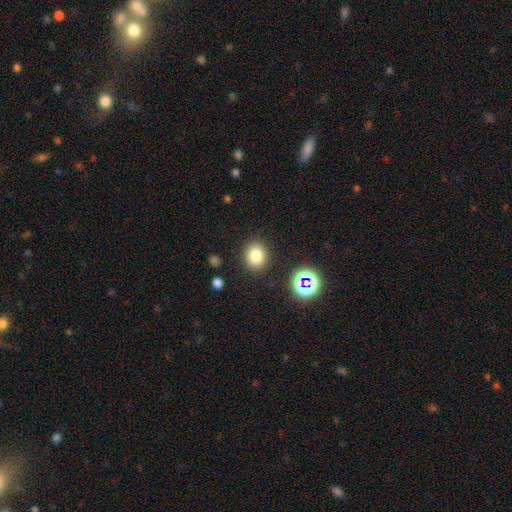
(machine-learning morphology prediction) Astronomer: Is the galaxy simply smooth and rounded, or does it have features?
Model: smooth — 78%.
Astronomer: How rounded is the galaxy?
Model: round — 63%.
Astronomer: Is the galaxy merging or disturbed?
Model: none — 86%.